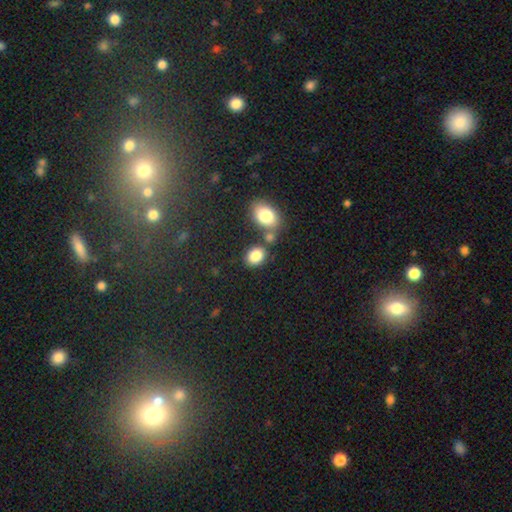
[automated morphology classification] Q: Smooth or featured?
A: smooth (84%); runner-up: star or artifact (9%)
Q: How rounded?
A: in between (67%); runner-up: round (32%)
Q: Merging?
A: none (64%); runner-up: merger (21%)